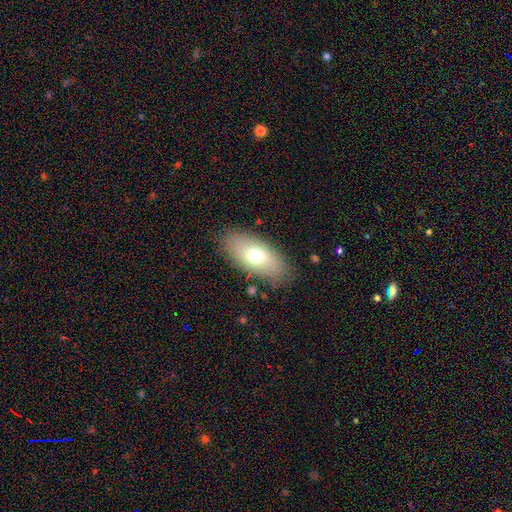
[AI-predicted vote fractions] Overall: smooth (70%). How rounded: in between (88%). Merging: none (83%).